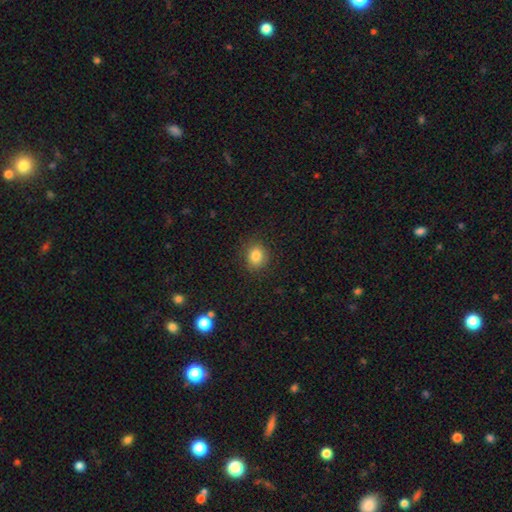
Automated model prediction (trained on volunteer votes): Overall: smooth (84%). How rounded: round (72%). Merging: none (86%).